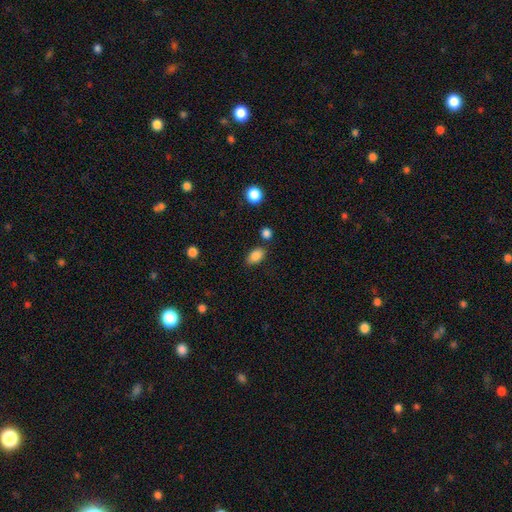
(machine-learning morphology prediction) A smooth galaxy with no disk features (86%) that is in between round and cigar-shaped (86%). Merging: none (76%).